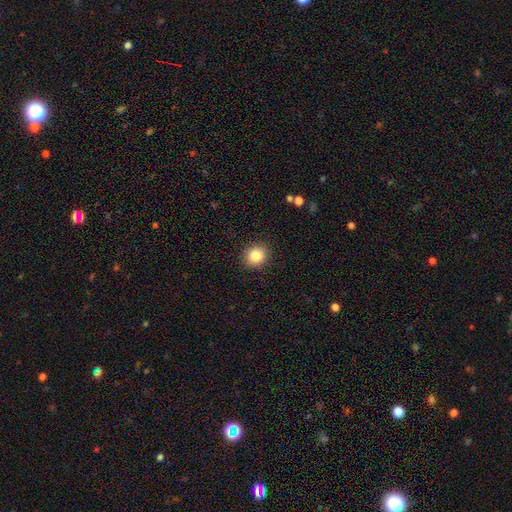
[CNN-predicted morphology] smooth 84%, star or artifact 10%, featured or disk 6%. Down the decision tree: how rounded — round (85%); merging — none (91%).